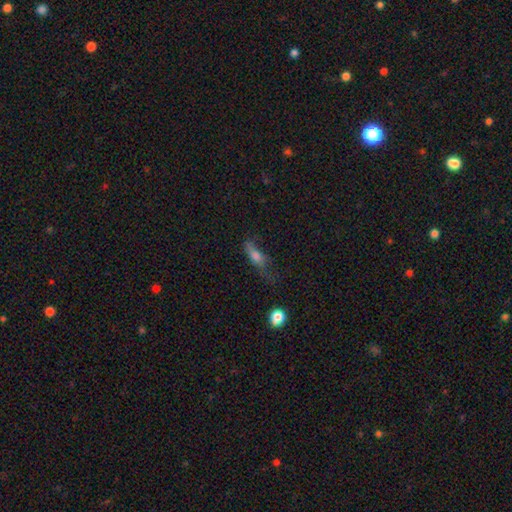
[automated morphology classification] Smooth or featured? Predicted: smooth (p=0.66). How rounded? Predicted: in between (p=0.57). Merging? Predicted: major disturbance (p=0.34).